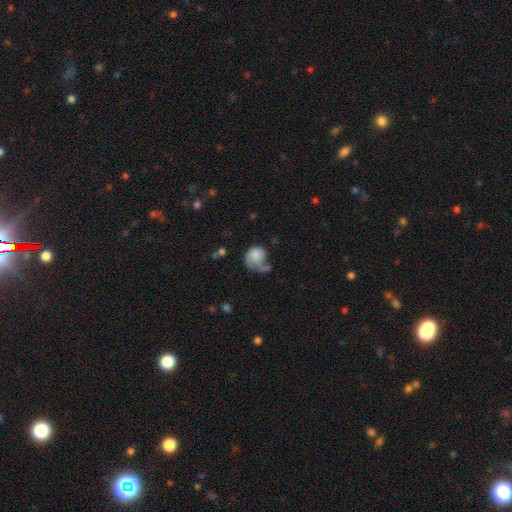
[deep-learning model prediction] smooth-or-featured: smooth: 71% | featured or disk: 21% | star or artifact: 8%
  how-rounded: round: 73% | in between: 26% | cigar-shaped: 1%
  merging: major disturbance: 31% (tied) | none: 31% (tied) | minor disturbance: 23% | merger: 15%